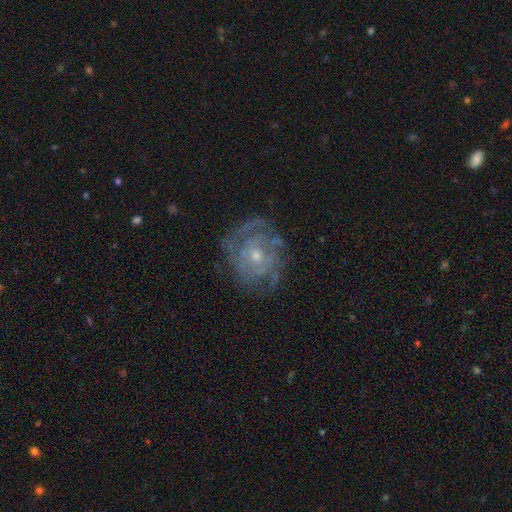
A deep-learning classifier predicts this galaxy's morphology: smooth_or_featured: featured or disk (p=0.77) [alt: smooth p=0.14]
disk_edge_on: no (p=0.97) [alt: yes p=0.03]
bar: no (p=0.82) [alt: weak p=0.15]
has_spiral_arms: yes (p=0.77) [alt: no p=0.23]
spiral_winding: tight (p=0.63) [alt: medium p=0.28]
spiral_arm_count: can't tell (p=0.52) [alt: 2 p=0.14]
bulge_size: small (p=0.57) [alt: moderate p=0.39]
merging: none (p=0.68) [alt: minor disturbance p=0.19]